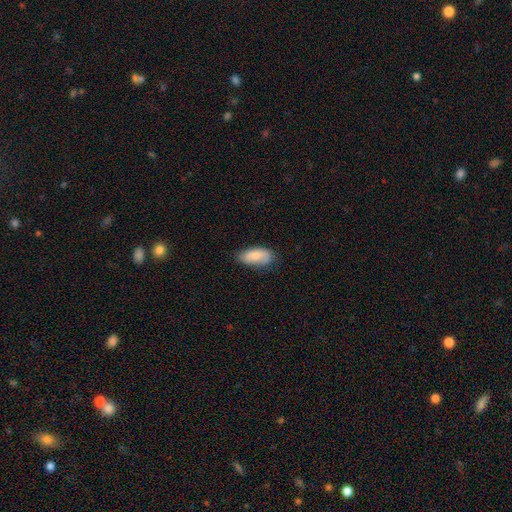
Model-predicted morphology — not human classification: smooth_or_featured: smooth (p=0.83) [alt: featured or disk p=0.10]
how_rounded: in between (p=0.90) [alt: cigar-shaped p=0.08]
merging: none (p=0.72) [alt: minor disturbance p=0.23]